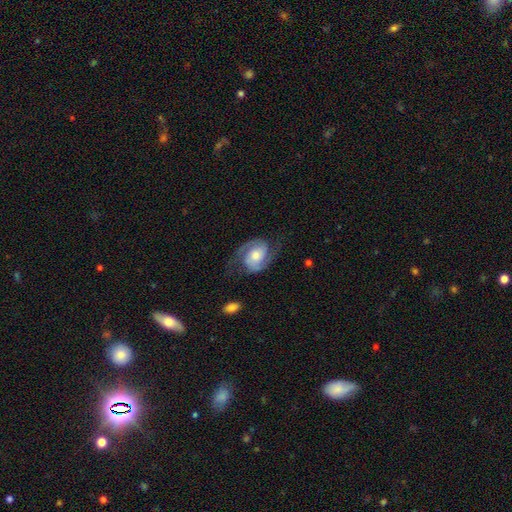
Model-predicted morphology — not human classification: smooth_or_featured: featured or disk (p=0.85) [alt: smooth p=0.09]
disk_edge_on: no (p=0.98) [alt: yes p=0.02]
bar: no (p=0.62) [alt: weak p=0.29]
has_spiral_arms: yes (p=0.97) [alt: no p=0.03]
spiral_winding: medium (p=0.51) [alt: tight p=0.28]
spiral_arm_count: 2 (p=0.92) [alt: can't tell p=0.03]
bulge_size: moderate (p=0.56) [alt: small p=0.21]
merging: none (p=0.69) [alt: minor disturbance p=0.17]